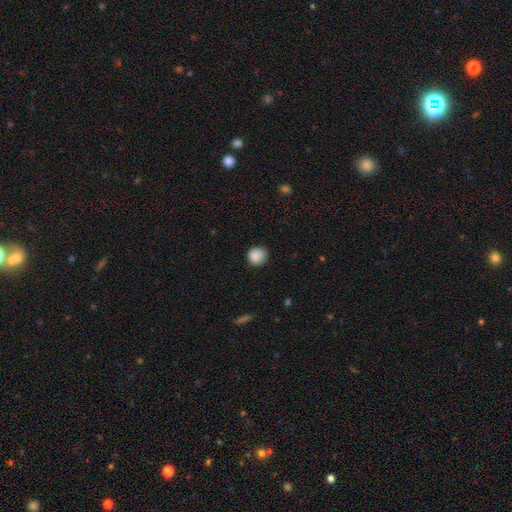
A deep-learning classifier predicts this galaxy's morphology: Q: Smooth or featured?
A: smooth (87%); runner-up: star or artifact (9%)
Q: How rounded?
A: round (90%); runner-up: in between (9%)
Q: Merging?
A: none (82%); runner-up: minor disturbance (14%)